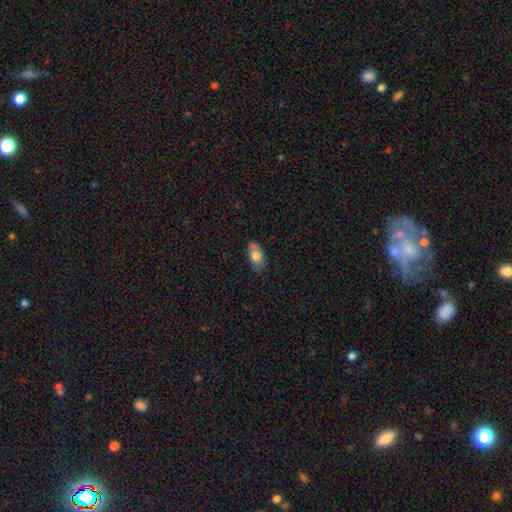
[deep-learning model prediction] smooth_or_featured: smooth (p=0.74) [alt: featured or disk p=0.19]
how_rounded: in between (p=0.91) [alt: round p=0.05]
merging: none (p=0.72) [alt: minor disturbance p=0.22]